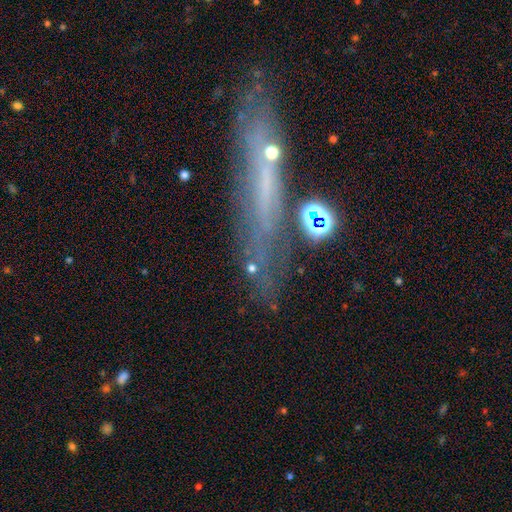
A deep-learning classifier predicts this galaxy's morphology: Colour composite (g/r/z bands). It shows a featured or disk galaxy (45%). Merging: none (68%).